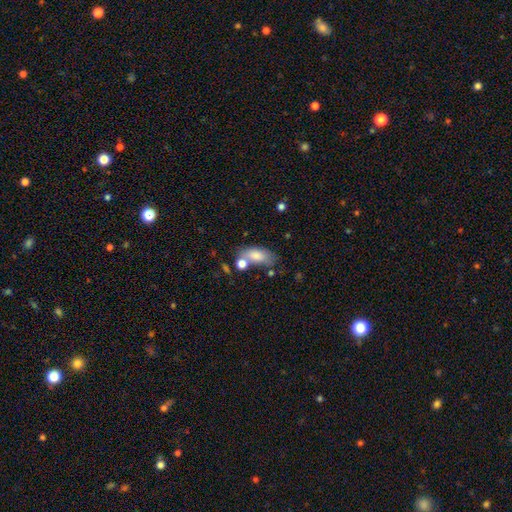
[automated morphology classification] A smooth galaxy with no disk features (80%) that is in between round and cigar-shaped (87%).

Vote fractions:
- Smooth or featured? smooth: 80% / featured or disk: 12% / star or artifact: 8%
- How rounded? in between: 87% / cigar-shaped: 8% / round: 5%
- Merging? none: 49% / merger: 22% / minor disturbance: 19% / major disturbance: 9%